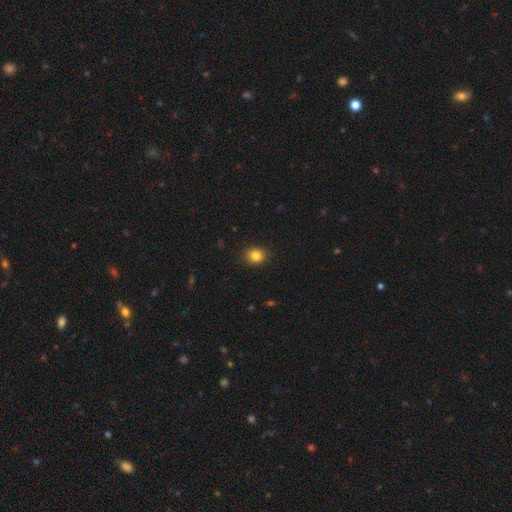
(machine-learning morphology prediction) type=smooth (84%); roundness=round (73%); merging=none (90%).